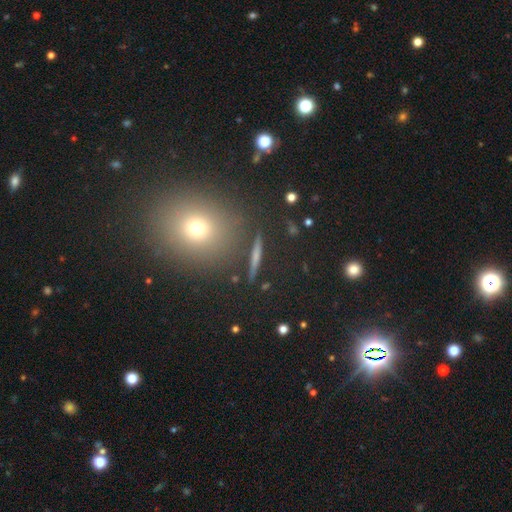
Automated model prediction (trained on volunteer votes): Smooth or featured?
  - smooth: 39% *
  - featured or disk: 37%
  - star or artifact: 24%
Merging?
  - none: 89% *
  - minor disturbance: 6%
  - merger: 3%
  - major disturbance: 2%